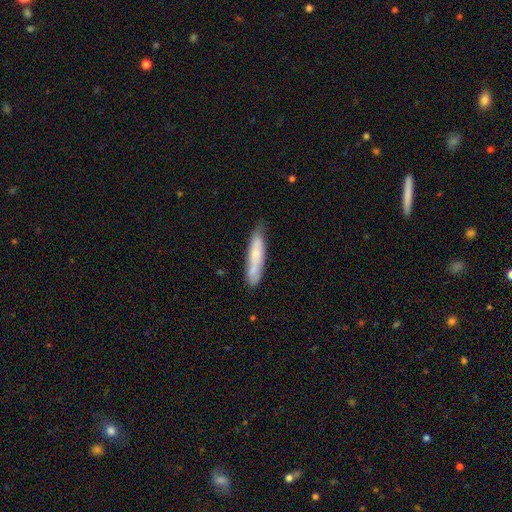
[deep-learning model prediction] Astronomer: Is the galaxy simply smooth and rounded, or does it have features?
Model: smooth — 62%.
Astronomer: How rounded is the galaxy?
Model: cigar-shaped — 86%.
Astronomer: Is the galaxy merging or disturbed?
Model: none — 69%.